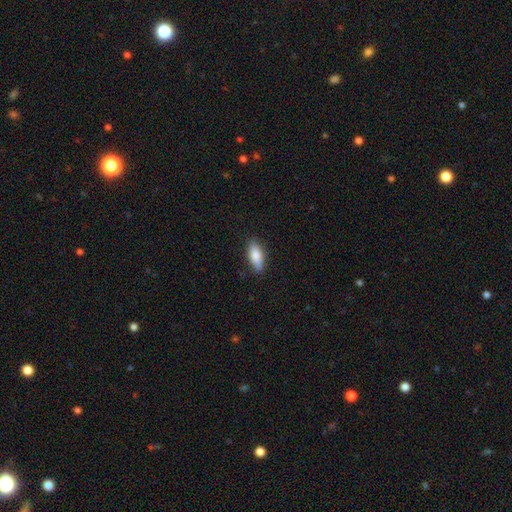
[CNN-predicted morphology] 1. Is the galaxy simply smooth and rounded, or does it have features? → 82% smooth, 12% featured or disk, 6% star or artifact.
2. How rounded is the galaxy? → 75% in between, 23% cigar-shaped, 2% round.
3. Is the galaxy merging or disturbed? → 85% none, 12% minor disturbance, 2% major disturbance, 1% merger.